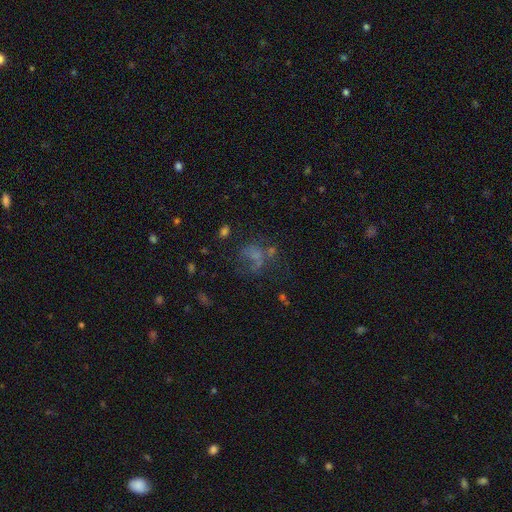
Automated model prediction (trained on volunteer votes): This is marginally a smooth galaxy (38%). Merging: marginally none (36%).